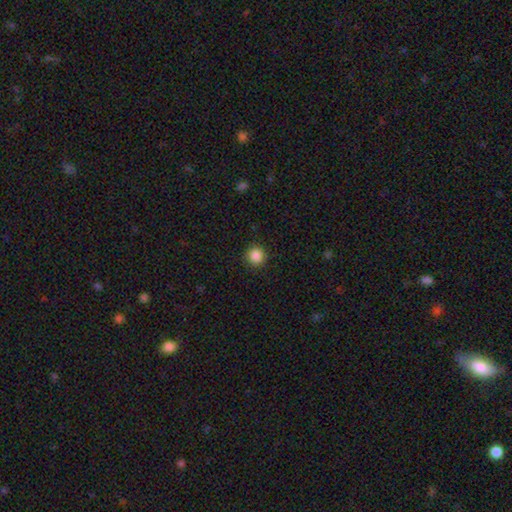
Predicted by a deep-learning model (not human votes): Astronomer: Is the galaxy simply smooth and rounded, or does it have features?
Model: smooth — 87%.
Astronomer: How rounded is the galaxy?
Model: round — 95%.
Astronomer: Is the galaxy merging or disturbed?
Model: none — 92%.